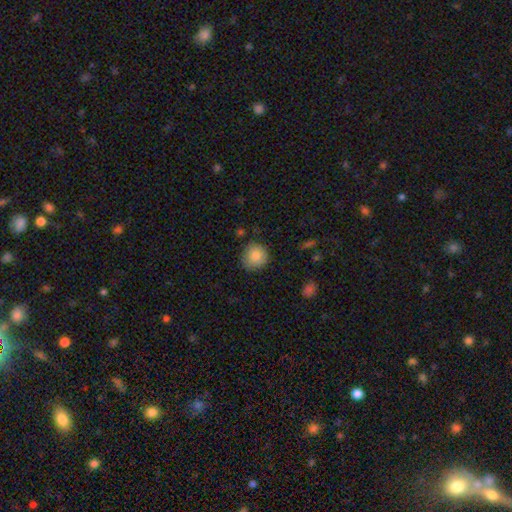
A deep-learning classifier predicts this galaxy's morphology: The model was most divided on "merging": none: 82%, minor disturbance: 14%, major disturbance: 3%, merger: 2%. More confident: how rounded — round (91%); smooth or featured — smooth (84%).